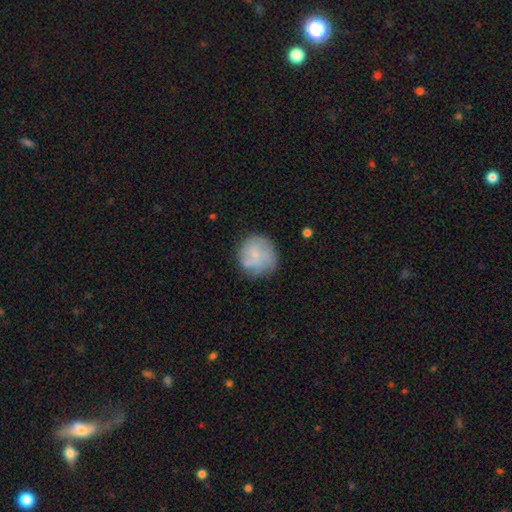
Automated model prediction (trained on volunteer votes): smooth 57%, featured or disk 35%, star or artifact 8%. Down the decision tree: how rounded — round (90%); merging — none (66%).